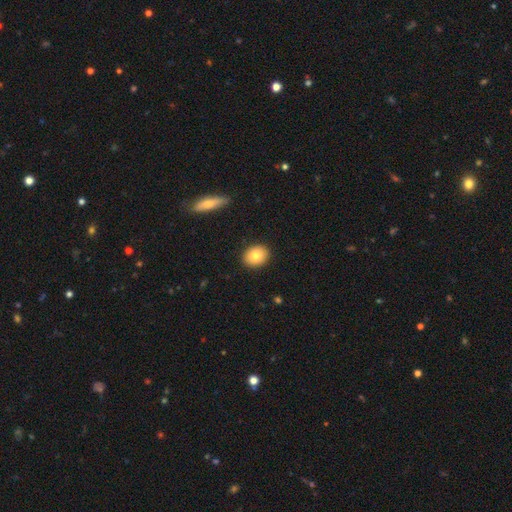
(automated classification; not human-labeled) Overall: smooth (82%). How rounded: in between (52%; round 47%). Merging: none (90%).